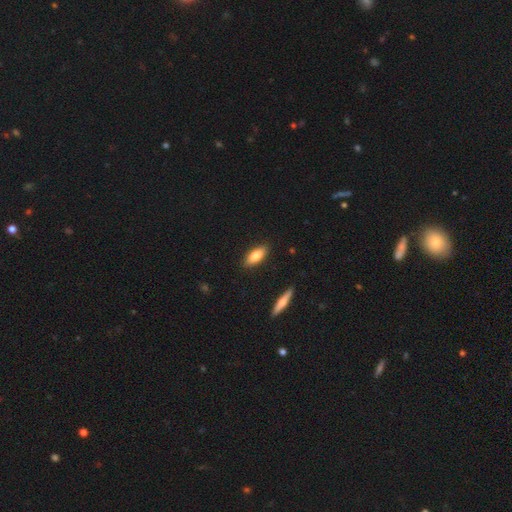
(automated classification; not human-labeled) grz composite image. It shows a smooth galaxy with no disk features (77%) that is in between round and cigar-shaped (74%). Merging: none (88%).